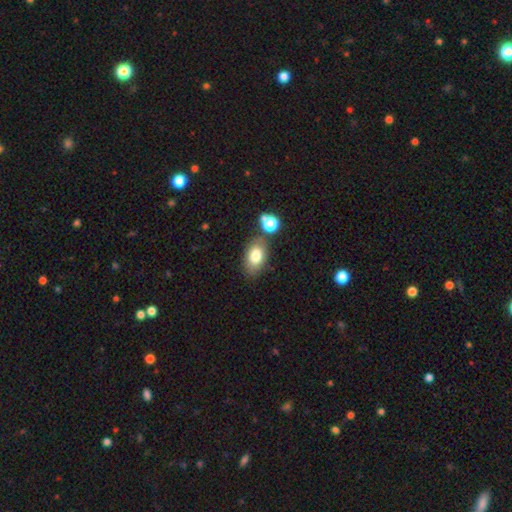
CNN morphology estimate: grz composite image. It shows a smooth galaxy with no disk features (78%) that is in between round and cigar-shaped (88%). Merging: none (74%).